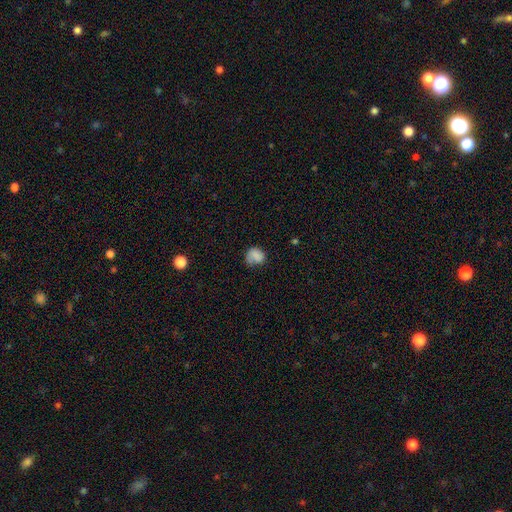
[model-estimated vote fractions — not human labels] Smooth or featured? Predicted: smooth (p=0.76). How rounded? Predicted: round (p=0.66). Merging? Predicted: none (p=0.50).